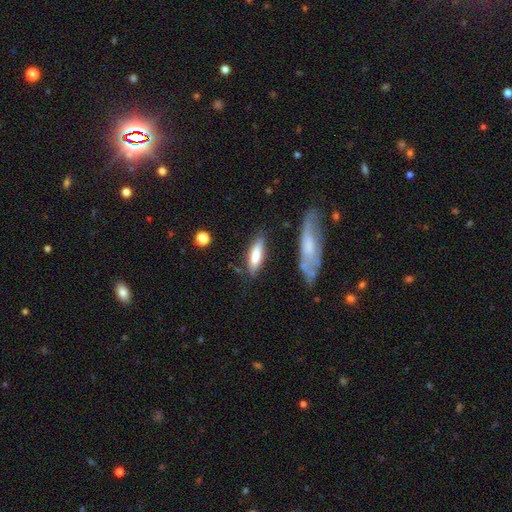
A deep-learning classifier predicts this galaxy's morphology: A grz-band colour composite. It shows a smooth galaxy with no disk features (74%) that is cigar-shaped (53%). Merging: none (74%).